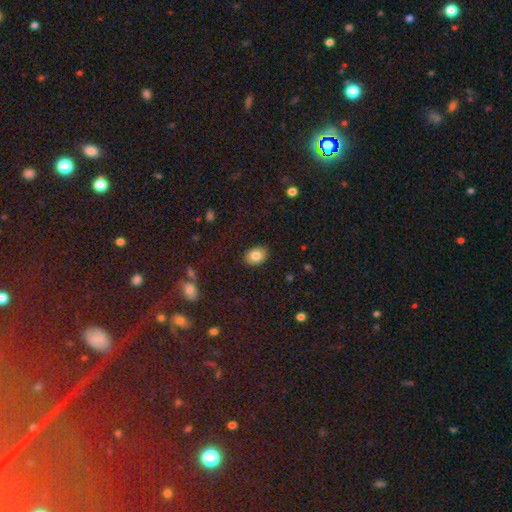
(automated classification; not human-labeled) Smooth or featured? smooth (81%)
How rounded? in between (65%)
Merging? none (88%)